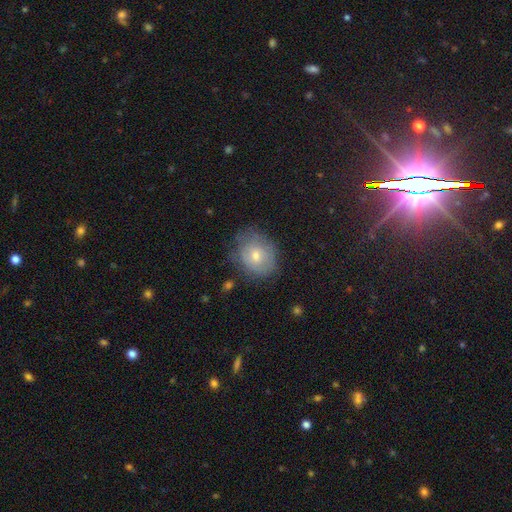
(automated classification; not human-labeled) smooth-or-featured: smooth: 57% | featured or disk: 34% | star or artifact: 8%
  how-rounded: round: 62% | in between: 38% | cigar-shaped: 1%
  merging: none: 64% | minor disturbance: 25% | major disturbance: 9% | merger: 2%